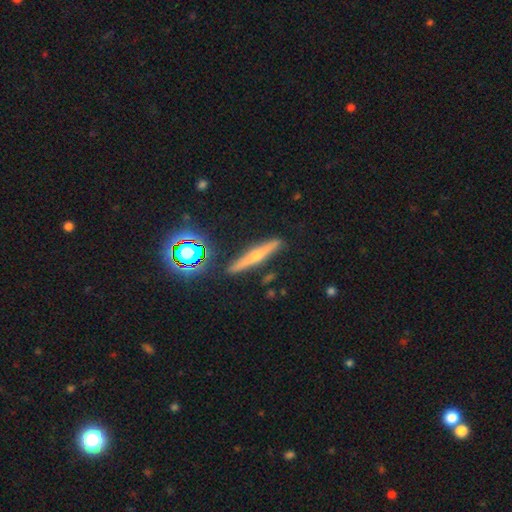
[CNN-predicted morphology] Smooth or featured? Predicted: featured or disk (p=0.55). Edge-on disk? Predicted: yes (p=0.95). Edge-on bulge? Predicted: rounded (p=0.86). Merging? Predicted: none (p=0.89).